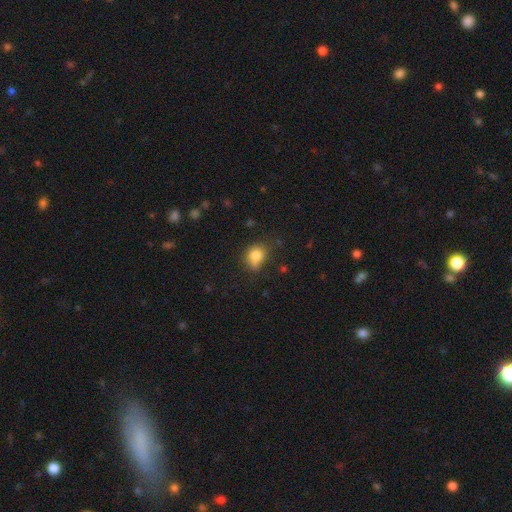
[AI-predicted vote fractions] The model was most divided on "how rounded": round: 53%, in between: 45%, cigar-shaped: 1%. More confident: smooth or featured — smooth (81%); merging — none (57%).